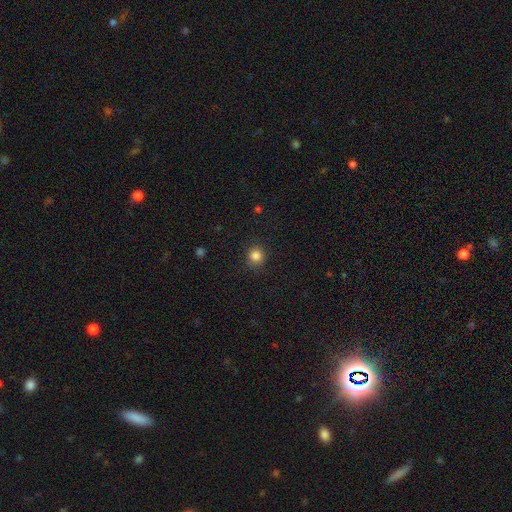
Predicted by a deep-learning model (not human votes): smooth-or-featured: smooth: 85% | star or artifact: 12% | featured or disk: 4%
  how-rounded: round: 90% | in between: 9% | cigar-shaped: 1%
  merging: none: 88% | minor disturbance: 8% | major disturbance: 3% | merger: 1%